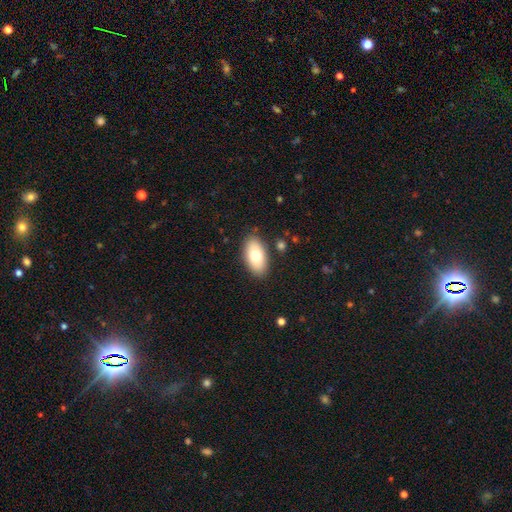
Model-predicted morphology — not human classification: Smooth or featured? smooth (74%)
How rounded? in between (94%)
Merging? none (86%)